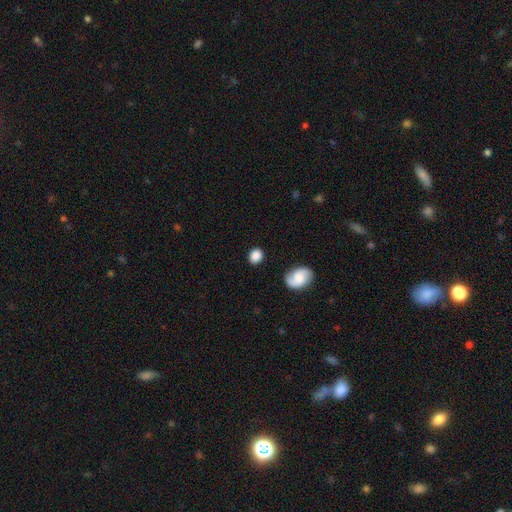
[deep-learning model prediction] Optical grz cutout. It shows a smooth galaxy with no disk features (83%) that is round (61%). Merging: none (83%).